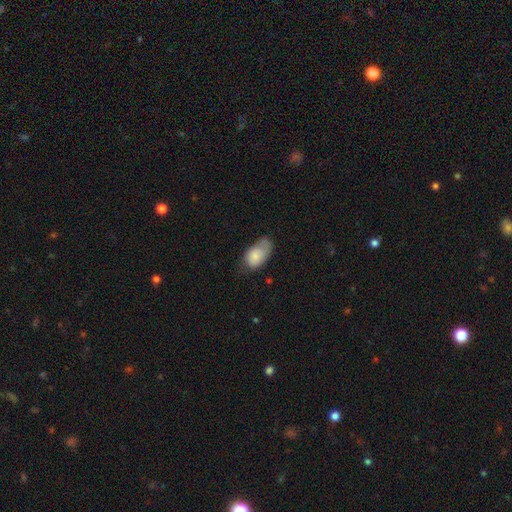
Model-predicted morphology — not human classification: A smooth galaxy with no disk features (77%) that is in between round and cigar-shaped (92%). Merging: none (41%).